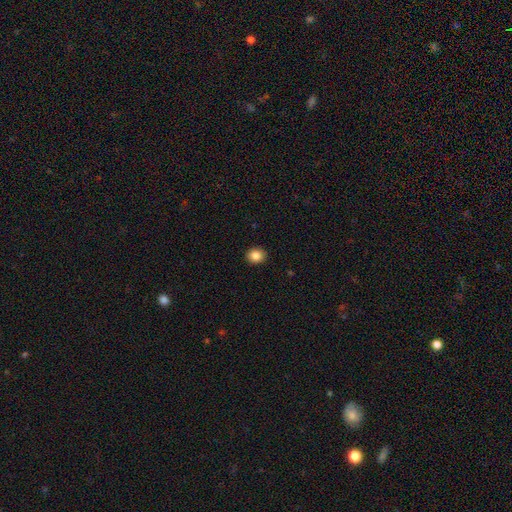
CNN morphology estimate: Q: Smooth or featured?
A: smooth (86%); runner-up: star or artifact (9%)
Q: How rounded?
A: round (71%); runner-up: in between (28%)
Q: Merging?
A: none (92%); runner-up: minor disturbance (6%)